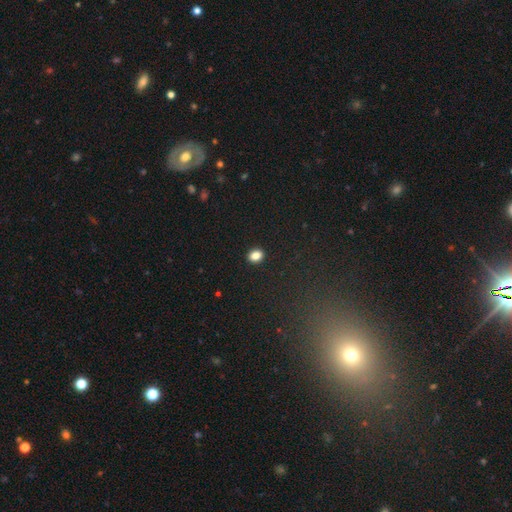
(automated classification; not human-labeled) smooth-or-featured: smooth: 85% | star or artifact: 10% | featured or disk: 5%
  how-rounded: in between: 58% | round: 41% | cigar-shaped: 1%
  merging: none: 91% | minor disturbance: 6% | major disturbance: 2% | merger: 1%